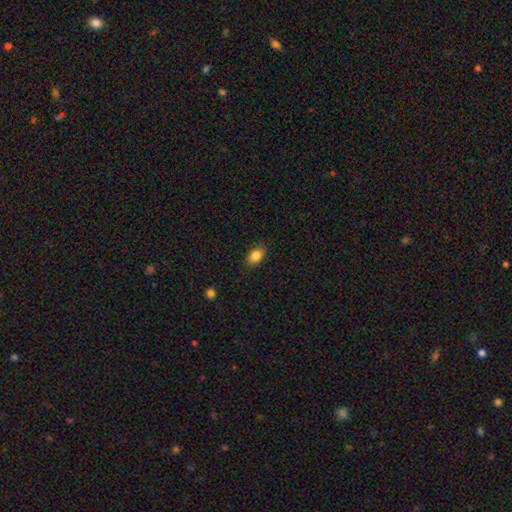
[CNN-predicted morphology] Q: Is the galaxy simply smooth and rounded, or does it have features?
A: smooth — 85%.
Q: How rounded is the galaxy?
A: in between — 83%.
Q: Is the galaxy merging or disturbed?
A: none — 85%.